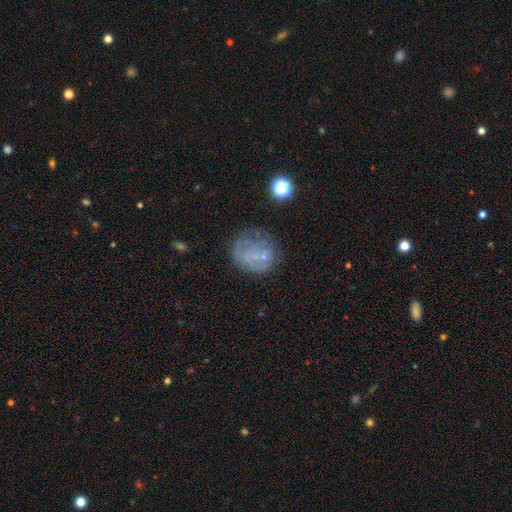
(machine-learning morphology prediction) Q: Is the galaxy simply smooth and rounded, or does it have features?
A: smooth — 45%.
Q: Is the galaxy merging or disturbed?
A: none — 53%.